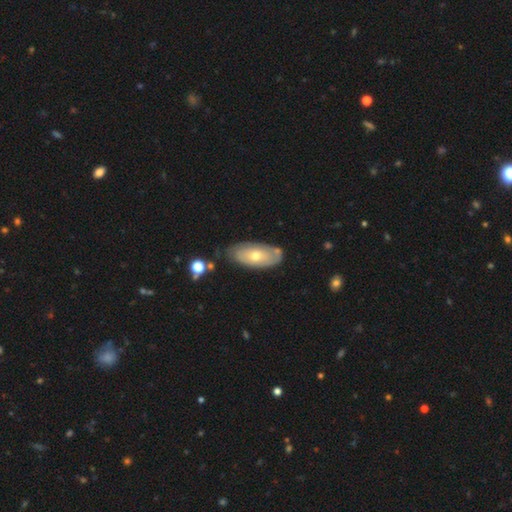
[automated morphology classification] This is possibly a featured or disk galaxy (49%). Merging: likely none (66%).